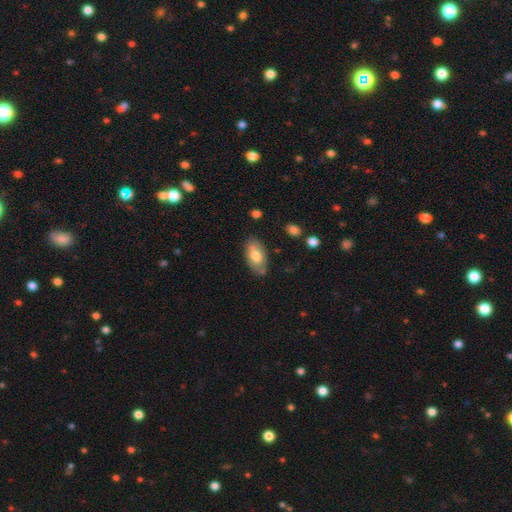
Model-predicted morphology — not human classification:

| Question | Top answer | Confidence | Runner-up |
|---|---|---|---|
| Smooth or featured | smooth | 66% | featured or disk (28%) |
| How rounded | in between | 94% | round (3%) |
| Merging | none | 75% | minor disturbance (18%) |